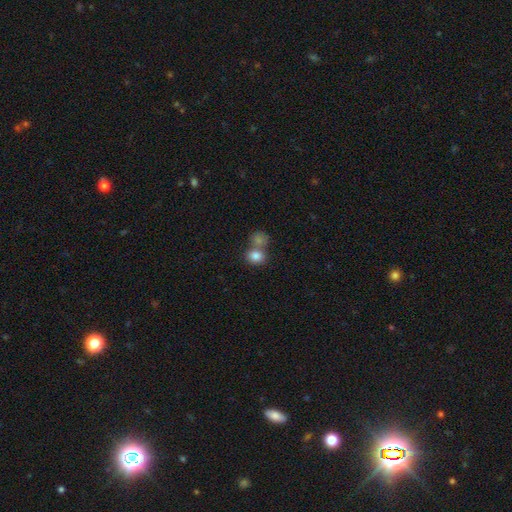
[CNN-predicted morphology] A smooth galaxy with no disk features (82%) that is round (59%).

Vote fractions:
- Smooth or featured? smooth: 82% / star or artifact: 10% / featured or disk: 8%
- How rounded? round: 59% / in between: 40% / cigar-shaped: 1%
- Merging? merger: 45% / none: 43% / minor disturbance: 9% / major disturbance: 3%